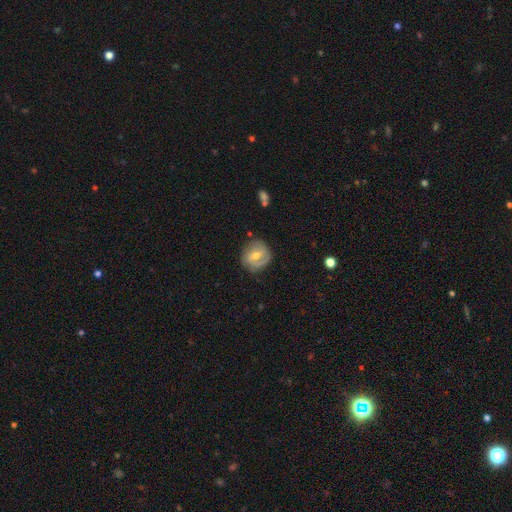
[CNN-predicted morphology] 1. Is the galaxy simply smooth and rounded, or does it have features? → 60% featured or disk, 32% smooth, 8% star or artifact.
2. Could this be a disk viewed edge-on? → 97% no, 3% yes.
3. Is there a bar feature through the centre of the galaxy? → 47% weak, 40% no, 13% strong.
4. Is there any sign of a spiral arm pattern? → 79% yes, 21% no.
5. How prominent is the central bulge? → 60% moderate, 36% small, 2% large, 1% none, 1% dominant.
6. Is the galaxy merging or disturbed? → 75% none, 18% minor disturbance, 5% major disturbance, 2% merger.